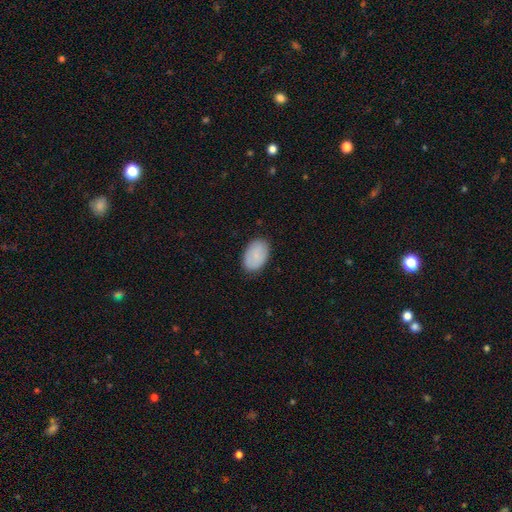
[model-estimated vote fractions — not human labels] Smooth or featured?
  - smooth: 83% *
  - featured or disk: 11%
  - star or artifact: 6%
How rounded?
  - in between: 89% *
  - round: 10%
  - cigar-shaped: 1%
Merging?
  - none: 85% *
  - minor disturbance: 11%
  - major disturbance: 2%
  - merger: 1%